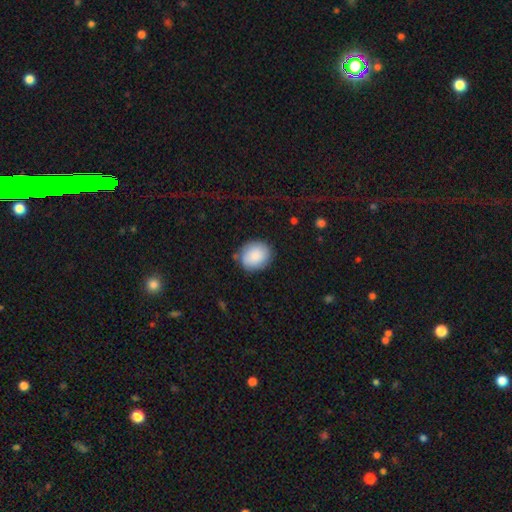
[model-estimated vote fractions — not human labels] A smooth galaxy with no disk features (85%) that is round (63%).

Vote fractions:
- Smooth or featured? smooth: 85% / featured or disk: 9% / star or artifact: 7%
- How rounded? round: 63% / in between: 36% / cigar-shaped: 1%
- Merging? none: 78% / minor disturbance: 16% / major disturbance: 4% / merger: 2%